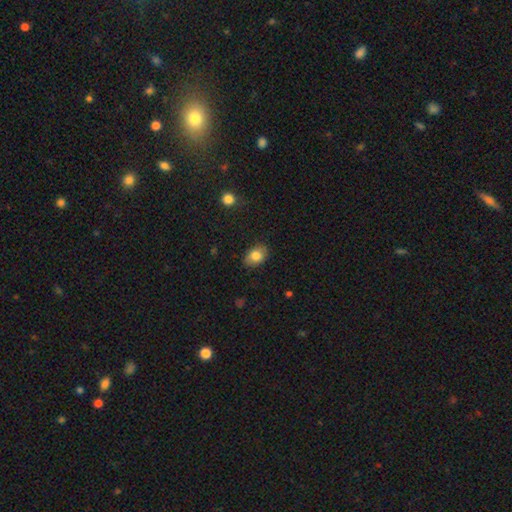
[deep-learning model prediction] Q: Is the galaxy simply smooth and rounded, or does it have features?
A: smooth — 83%.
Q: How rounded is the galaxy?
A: in between — 74%.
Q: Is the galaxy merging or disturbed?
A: none — 83%.